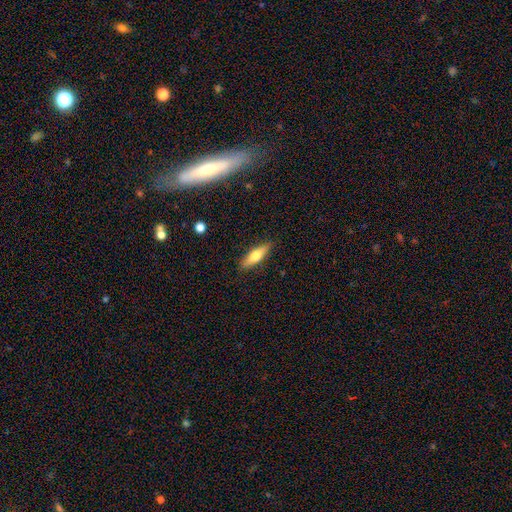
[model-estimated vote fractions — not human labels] A smooth galaxy with no disk features (60%) that is cigar-shaped (60%). Merging: none (88%).